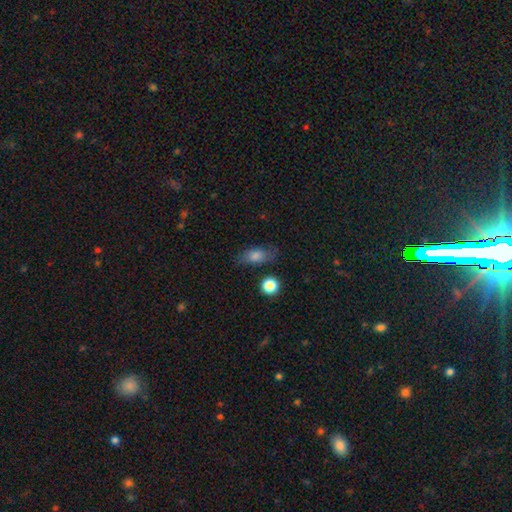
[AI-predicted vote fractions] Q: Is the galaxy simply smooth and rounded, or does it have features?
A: smooth — 74%.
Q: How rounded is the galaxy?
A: in between — 77%.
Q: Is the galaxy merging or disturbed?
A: none — 73%.